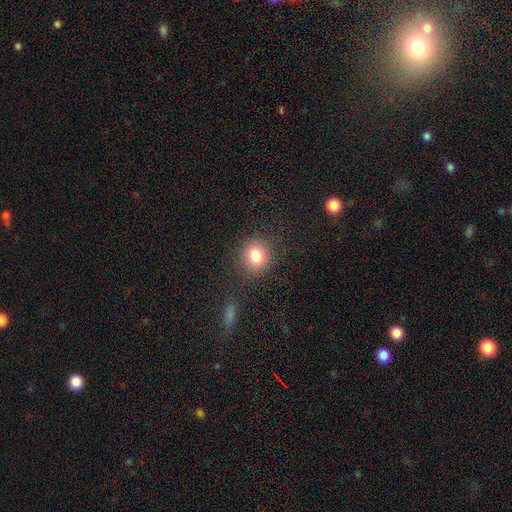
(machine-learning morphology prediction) Smooth or featured? smooth (82%)
How rounded? round (75%)
Merging? none (84%)